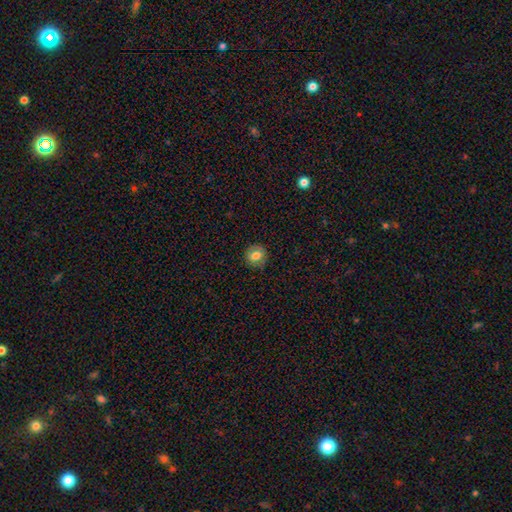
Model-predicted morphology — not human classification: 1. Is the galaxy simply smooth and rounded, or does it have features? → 76% smooth, 15% featured or disk, 10% star or artifact.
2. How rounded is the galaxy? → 83% round, 16% in between, 1% cigar-shaped.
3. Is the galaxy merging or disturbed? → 85% none, 11% minor disturbance, 3% major disturbance, 1% merger.